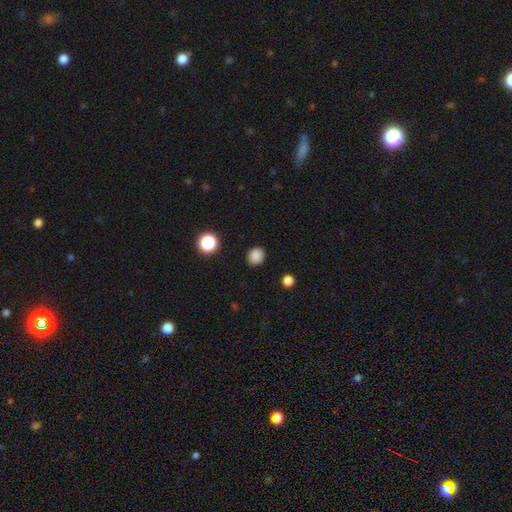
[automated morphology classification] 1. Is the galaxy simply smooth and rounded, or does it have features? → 84% smooth, 12% star or artifact, 4% featured or disk.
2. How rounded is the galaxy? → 73% round, 26% in between, 1% cigar-shaped.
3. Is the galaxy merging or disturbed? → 87% none, 9% minor disturbance, 2% major disturbance, 1% merger.